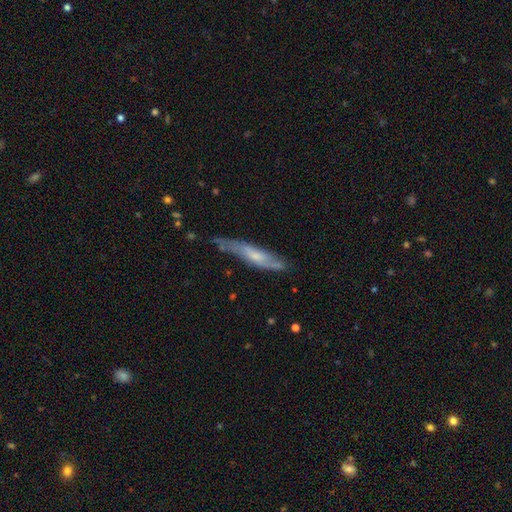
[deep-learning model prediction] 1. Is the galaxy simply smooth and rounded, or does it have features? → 54% featured or disk, 40% smooth, 6% star or artifact.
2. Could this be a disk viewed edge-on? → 60% yes, 40% no.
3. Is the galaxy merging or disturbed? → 60% none, 29% minor disturbance, 8% major disturbance, 3% merger.